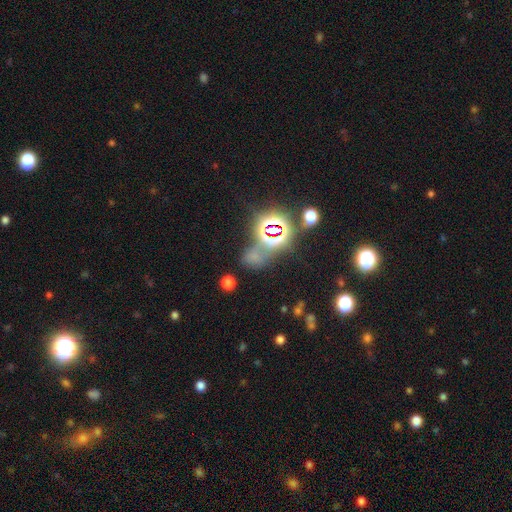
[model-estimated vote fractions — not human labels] Smooth or featured: star or artifact — 54% (smooth — 37%)